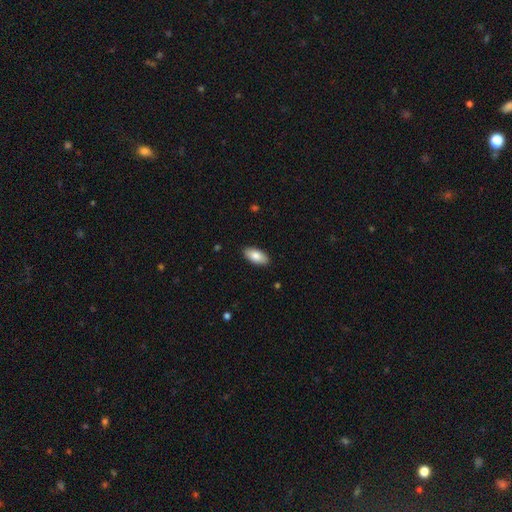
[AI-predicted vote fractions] A smooth galaxy with no disk features (84%) that is in between round and cigar-shaped (93%).

Vote fractions:
- Smooth or featured? smooth: 84% / featured or disk: 10% / star or artifact: 6%
- How rounded? in between: 93% / cigar-shaped: 5% / round: 2%
- Merging? none: 89% / minor disturbance: 8% / major disturbance: 2% / merger: 1%